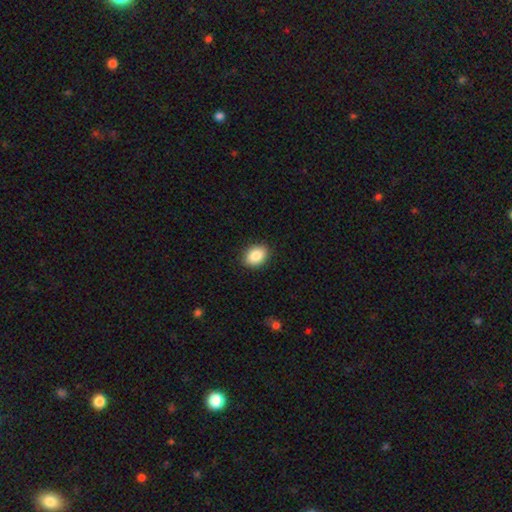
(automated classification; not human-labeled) This appears to be a smooth galaxy with no disk features (88%) that is in between round and cigar-shaped (74%). Merging: none (89%).